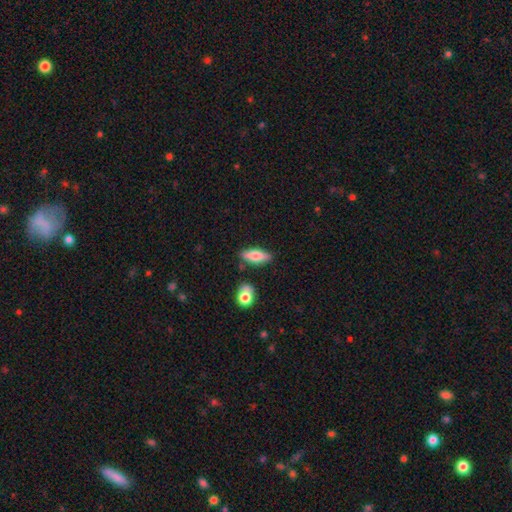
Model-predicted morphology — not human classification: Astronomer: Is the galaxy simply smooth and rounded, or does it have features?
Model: smooth — 68%.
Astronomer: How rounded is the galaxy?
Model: in between — 58% (runner-up: cigar-shaped, 39%).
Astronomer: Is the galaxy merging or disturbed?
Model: none — 80%.